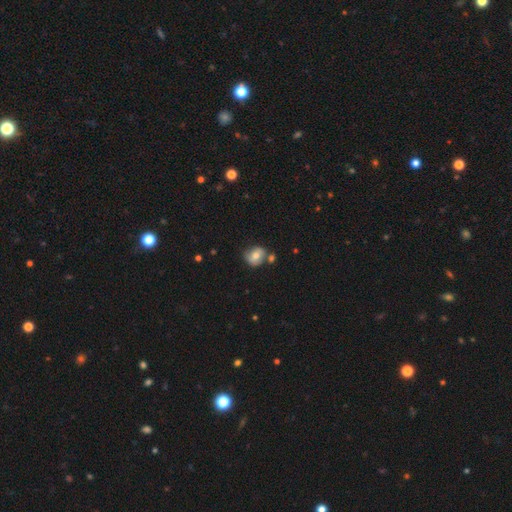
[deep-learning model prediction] Smooth or featured? Predicted: smooth (p=0.66). How rounded? Predicted: round (p=0.67). Merging? Predicted: none (p=0.57).